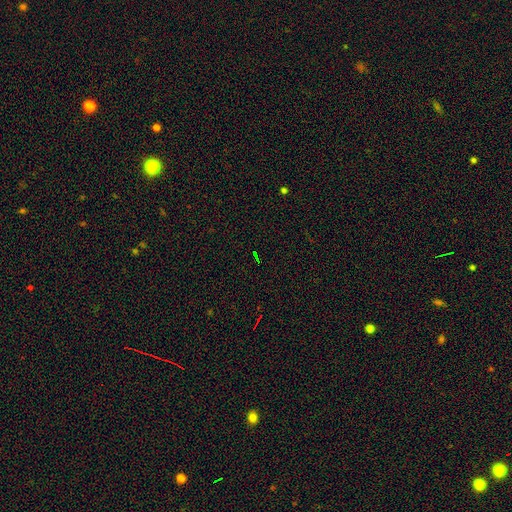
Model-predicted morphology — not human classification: A star or artifact, not a galaxy (76%).